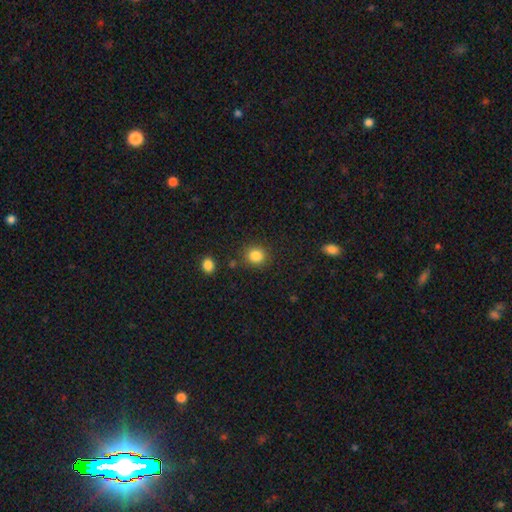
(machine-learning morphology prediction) The model was most divided on "how rounded": round: 83%, in between: 16%, cigar-shaped: 1%. More confident: merging — none (85%); smooth or featured — smooth (85%).